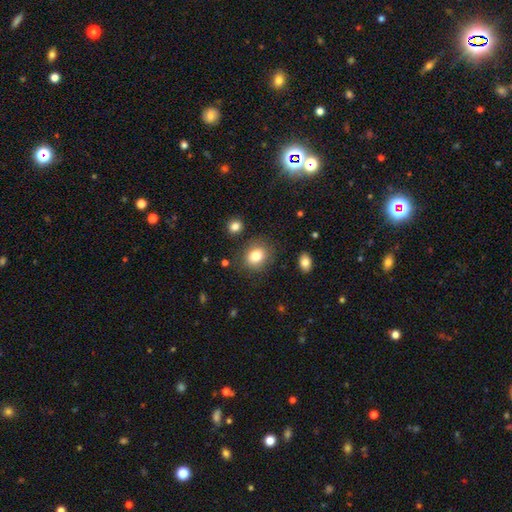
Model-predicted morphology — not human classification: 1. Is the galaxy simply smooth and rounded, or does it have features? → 82% smooth, 10% star or artifact, 8% featured or disk.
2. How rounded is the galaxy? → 63% round, 37% in between, 1% cigar-shaped.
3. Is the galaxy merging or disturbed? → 82% none, 11% minor disturbance, 4% major disturbance, 3% merger.